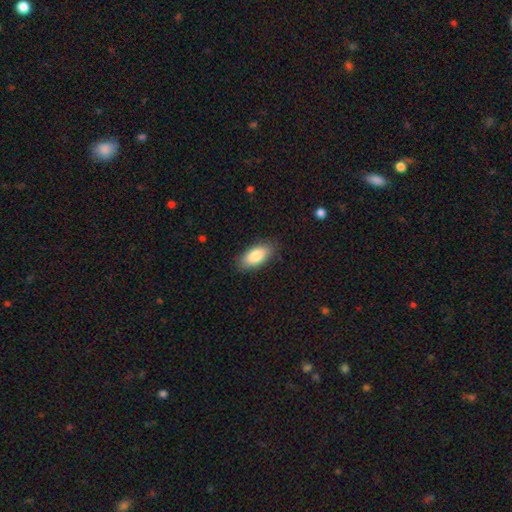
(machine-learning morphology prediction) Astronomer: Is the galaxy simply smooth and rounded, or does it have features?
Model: smooth — 85%.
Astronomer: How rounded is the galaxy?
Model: in between — 90%.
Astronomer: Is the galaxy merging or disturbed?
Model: none — 86%.